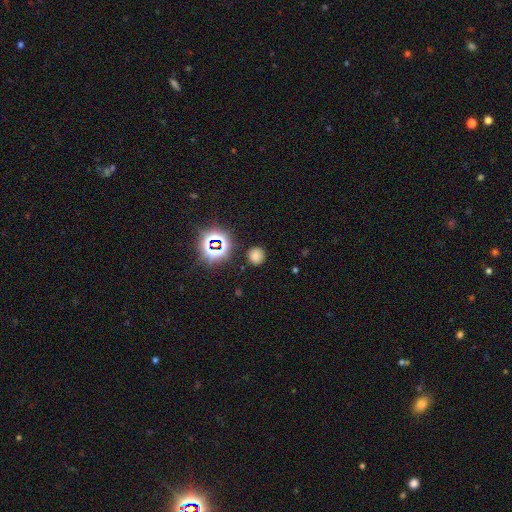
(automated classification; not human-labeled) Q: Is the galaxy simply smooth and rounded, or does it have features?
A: smooth — 69%.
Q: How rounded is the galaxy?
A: round — 87%.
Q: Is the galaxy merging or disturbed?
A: none — 86%.